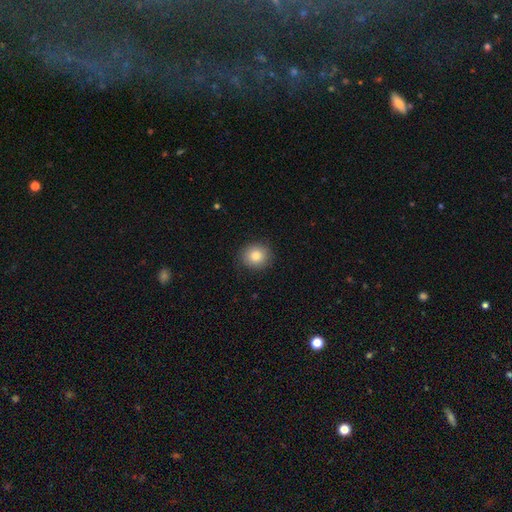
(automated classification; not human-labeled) Morphology: type=smooth (84%); roundness=round (84%); merging=none (88%).